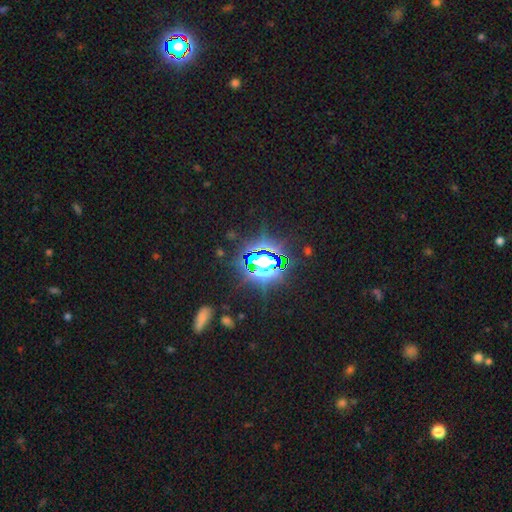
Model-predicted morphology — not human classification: Q: Smooth or featured?
A: star or artifact (79%); runner-up: smooth (13%)